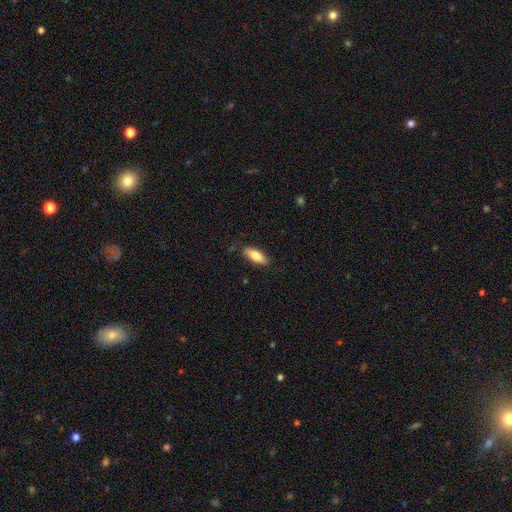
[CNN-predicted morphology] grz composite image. It shows a smooth galaxy with no disk features (82%) that is in between round and cigar-shaped (71%). Merging: none (83%).